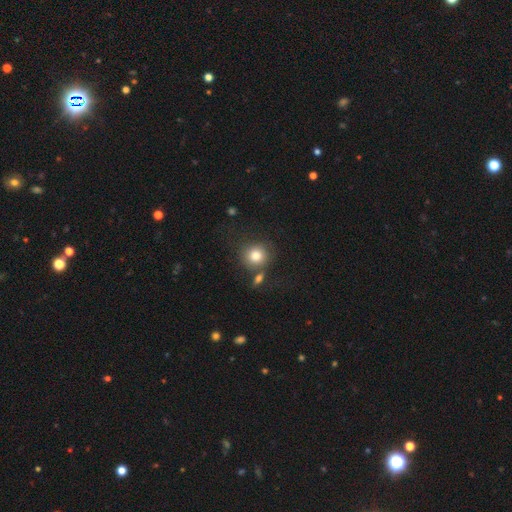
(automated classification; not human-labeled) smooth-or-featured: smooth: 80% | featured or disk: 10% | star or artifact: 10%
  how-rounded: round: 87% | in between: 12% | cigar-shaped: 1%
  merging: none: 63% | merger: 18% | minor disturbance: 13% | major disturbance: 6%